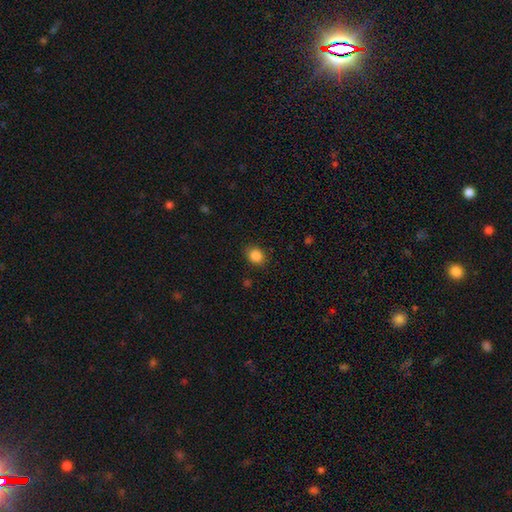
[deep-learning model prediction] The model was most divided on "how rounded": round: 59%, in between: 40%, cigar-shaped: 1%. More confident: smooth or featured — smooth (86%); merging — none (86%).